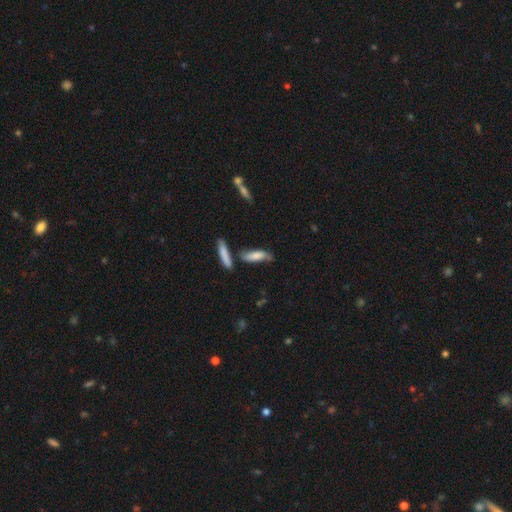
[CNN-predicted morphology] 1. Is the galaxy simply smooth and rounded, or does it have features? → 62% smooth, 30% featured or disk, 8% star or artifact.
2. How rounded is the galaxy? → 54% cigar-shaped, 44% in between, 2% round.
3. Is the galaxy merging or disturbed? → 59% none, 22% minor disturbance, 13% merger, 7% major disturbance.